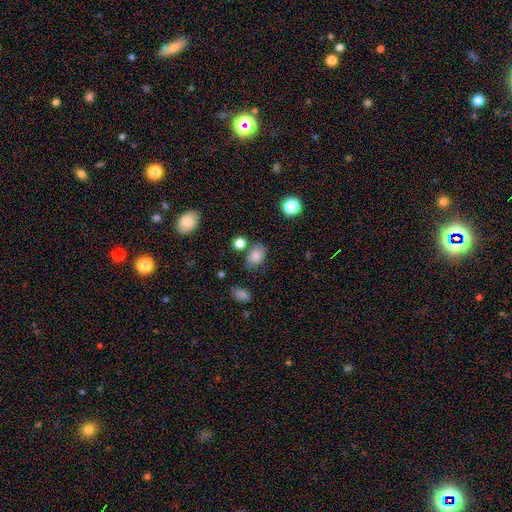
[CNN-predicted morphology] smooth 78%, star or artifact 12%, featured or disk 10%. Down the decision tree: how rounded — in between (69%); merging — none (64%).